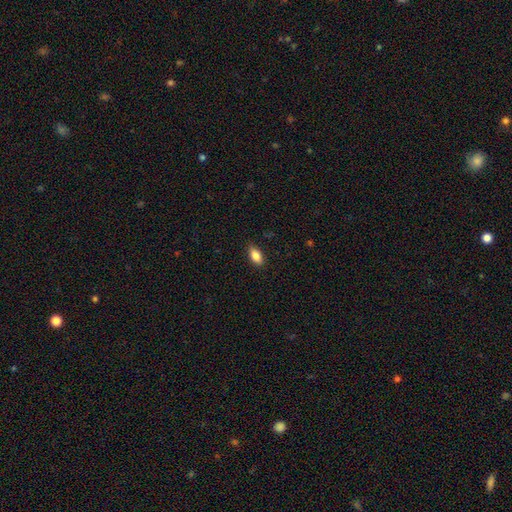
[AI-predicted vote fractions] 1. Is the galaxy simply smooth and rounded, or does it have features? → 85% smooth, 8% featured or disk, 8% star or artifact.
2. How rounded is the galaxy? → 88% in between, 8% cigar-shaped, 4% round.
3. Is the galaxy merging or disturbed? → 87% none, 10% minor disturbance, 2% major disturbance, 1% merger.